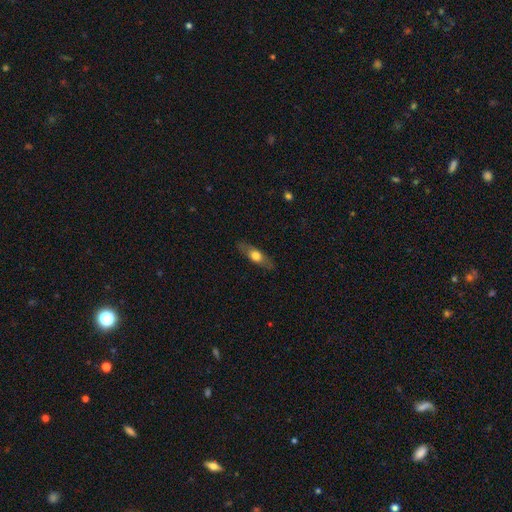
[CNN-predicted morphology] smooth-or-featured: smooth: 54% | featured or disk: 39% | star or artifact: 6%
  how-rounded: cigar-shaped: 51% | in between: 44% | round: 5%
  merging: none: 84% | minor disturbance: 12% | major disturbance: 3% | merger: 1%